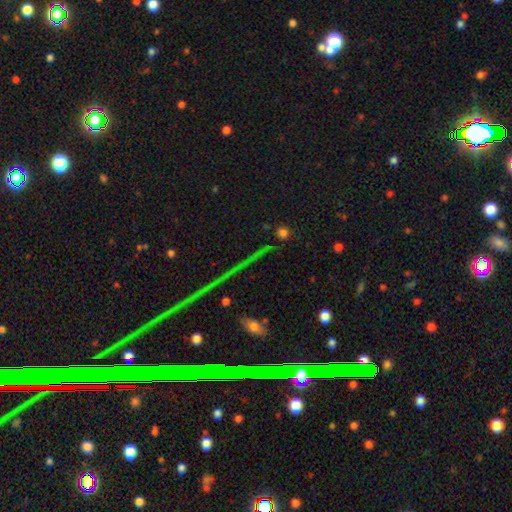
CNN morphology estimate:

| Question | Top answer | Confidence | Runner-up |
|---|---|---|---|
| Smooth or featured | star or artifact | 74% | featured or disk (16%) |